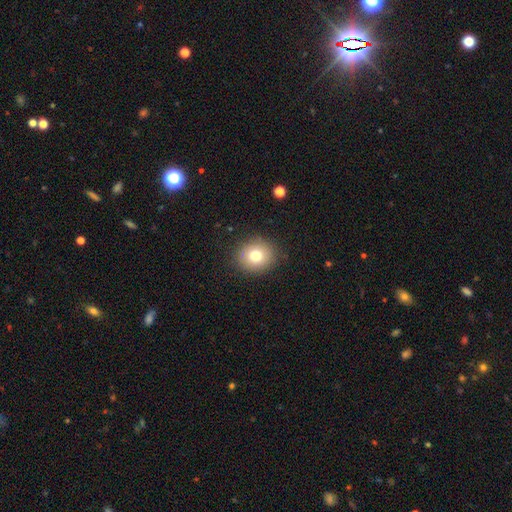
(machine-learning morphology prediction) Smooth or featured?
  - smooth: 76% *
  - featured or disk: 13%
  - star or artifact: 11%
How rounded?
  - round: 76% *
  - in between: 24%
  - cigar-shaped: 1%
Merging?
  - none: 87% *
  - minor disturbance: 9%
  - major disturbance: 3%
  - merger: 1%